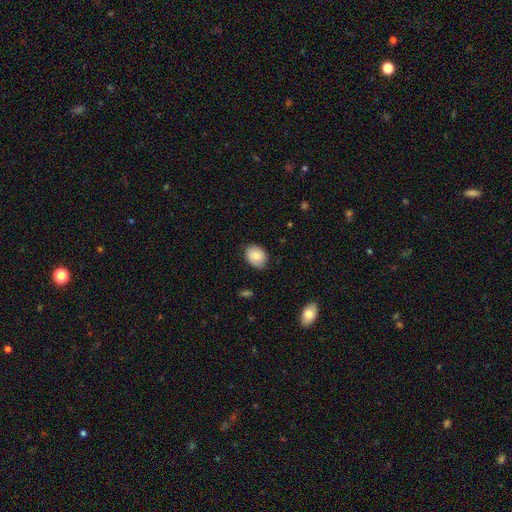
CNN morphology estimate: smooth 82%, featured or disk 10%, star or artifact 7%. Down the decision tree: how rounded — in between (62%); merging — none (81%).